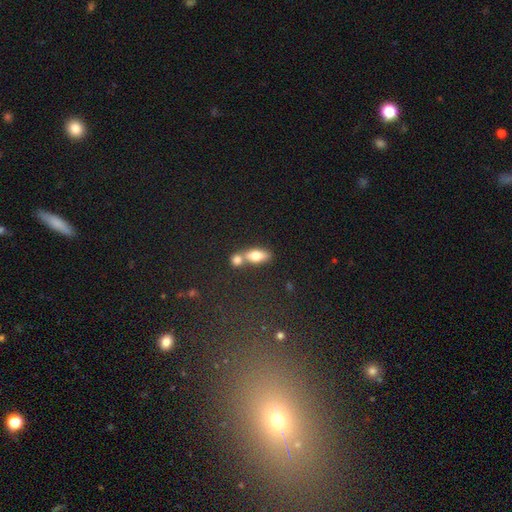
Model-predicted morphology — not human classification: smooth_or_featured: smooth (p=0.72) [alt: featured or disk p=0.20]
how_rounded: in between (p=0.77) [alt: cigar-shaped p=0.14]
merging: merger (p=0.50) [alt: none p=0.37]